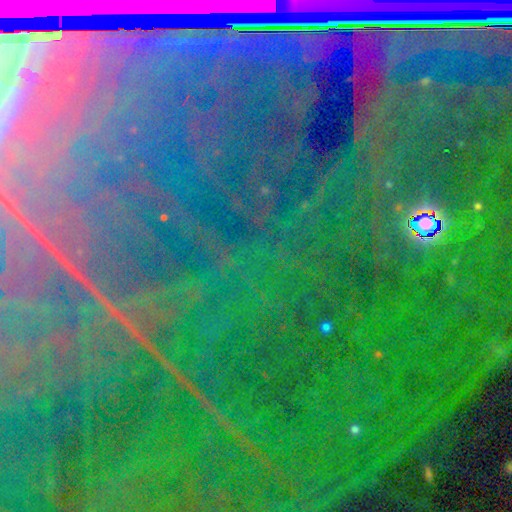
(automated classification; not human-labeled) Smooth or featured?
  - star or artifact: 88% *
  - featured or disk: 6%
  - smooth: 6%